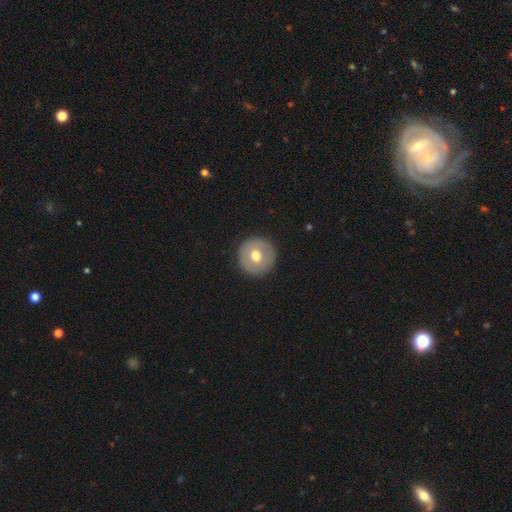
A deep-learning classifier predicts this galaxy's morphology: A smooth galaxy with no disk features (62%) that is round (95%).

Vote fractions:
- Smooth or featured? smooth: 62% / featured or disk: 31% / star or artifact: 7%
- How rounded? round: 95% / in between: 4% / cigar-shaped: 1%
- Merging? none: 91% / minor disturbance: 6% / major disturbance: 2% / merger: 1%